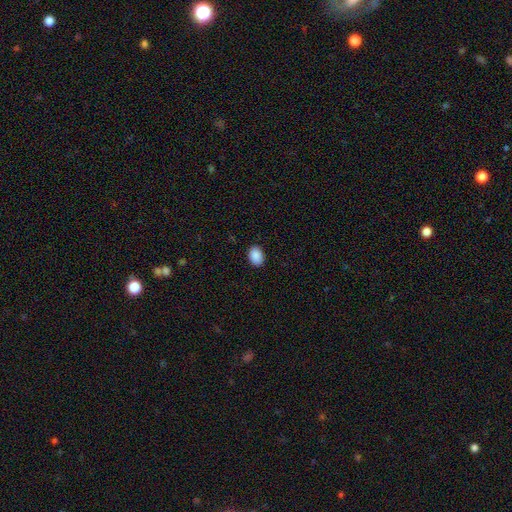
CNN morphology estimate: Smooth or featured? smooth (90%)
How rounded? in between (75%)
Merging? none (89%)